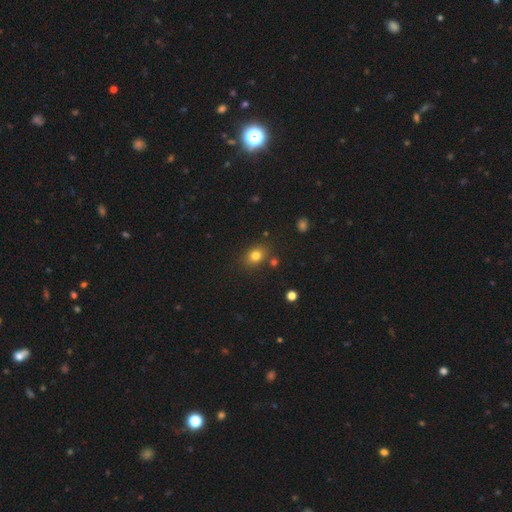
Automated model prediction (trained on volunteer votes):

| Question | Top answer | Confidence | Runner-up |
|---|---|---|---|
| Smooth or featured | smooth | 79% | star or artifact (13%) |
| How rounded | in between | 54% | round (44%) |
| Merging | none | 79% | minor disturbance (12%) |